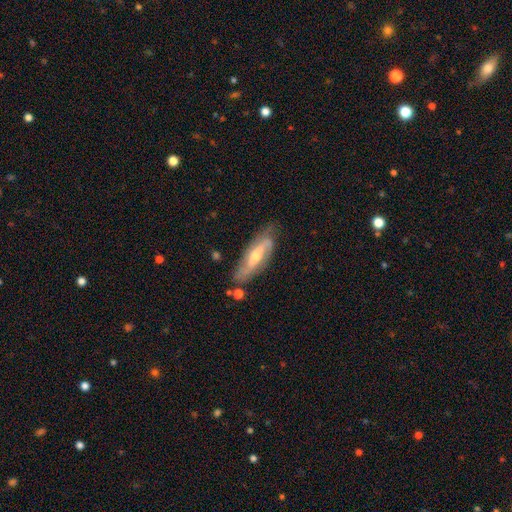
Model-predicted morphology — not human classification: featured or disk 72%, smooth 22%, star or artifact 6%. Down the decision tree: edge-on disk — no (75%); bar — weak (37%); spiral arms — yes (86%); bulge size — moderate (56%); merging — none (73%).